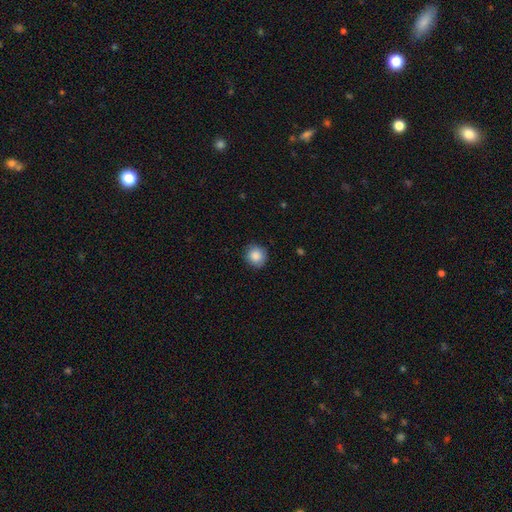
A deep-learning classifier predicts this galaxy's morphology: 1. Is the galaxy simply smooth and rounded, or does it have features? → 87% smooth, 9% star or artifact, 4% featured or disk.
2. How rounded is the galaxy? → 92% round, 7% in between, 1% cigar-shaped.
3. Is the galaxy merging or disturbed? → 87% none, 10% minor disturbance, 2% major disturbance, 1% merger.